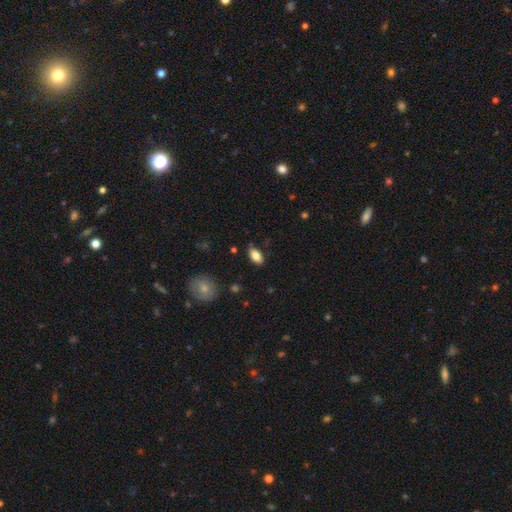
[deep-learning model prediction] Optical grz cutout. It shows a smooth galaxy with no disk features (82%) that is in between round and cigar-shaped (90%). Merging: none (81%).